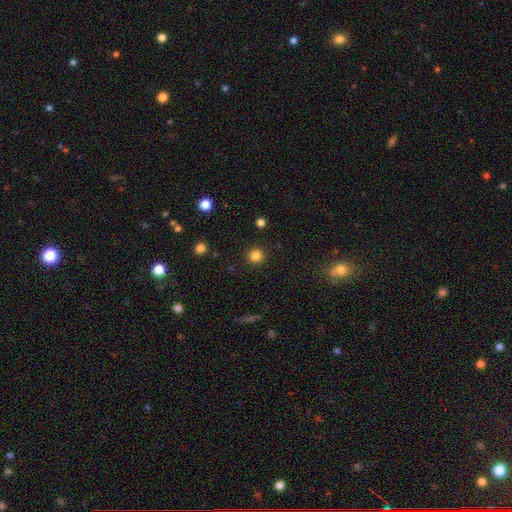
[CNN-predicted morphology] smooth_or_featured: smooth (p=0.83) [alt: star or artifact p=0.12]
how_rounded: round (p=0.95) [alt: in between p=0.04]
merging: none (p=0.92) [alt: minor disturbance p=0.05]